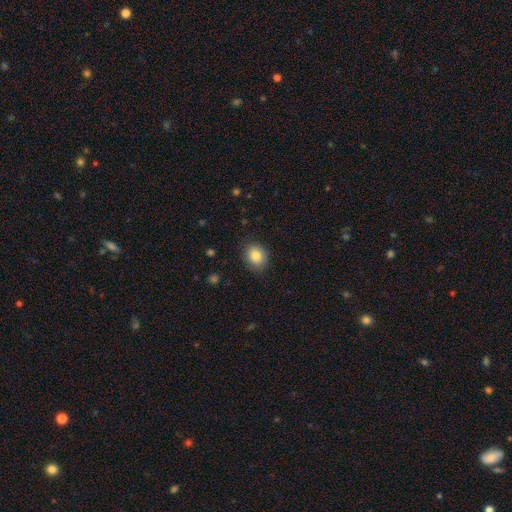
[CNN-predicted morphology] This is clearly a smooth galaxy (84%). How rounded: possibly round (52%). Merging: clearly none (85%).